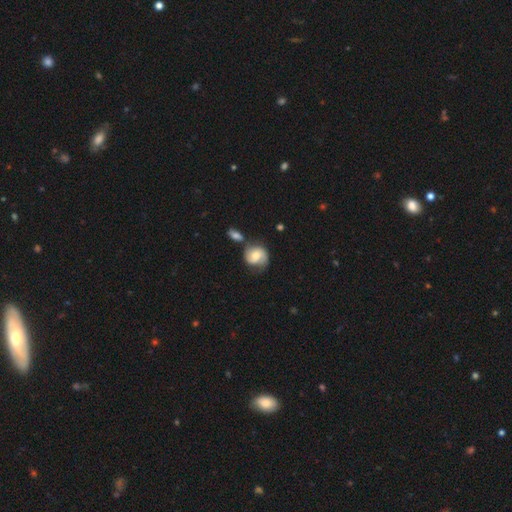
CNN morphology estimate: featured or disk 47%, smooth 46%, star or artifact 7%. Down the decision tree: merging — none (51%).